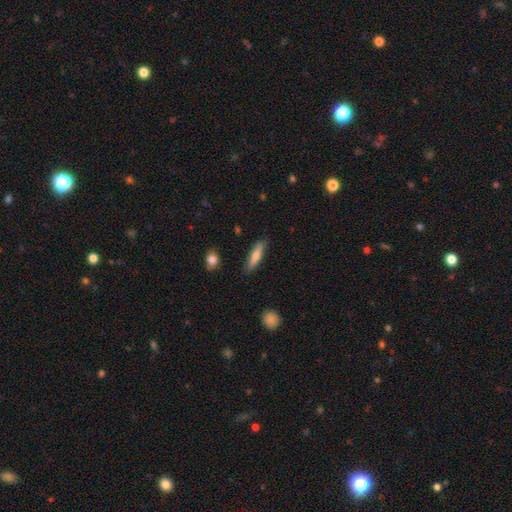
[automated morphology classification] Overall: smooth (63%; featured or disk 31%). How rounded: cigar-shaped (77%). Merging: none (86%).